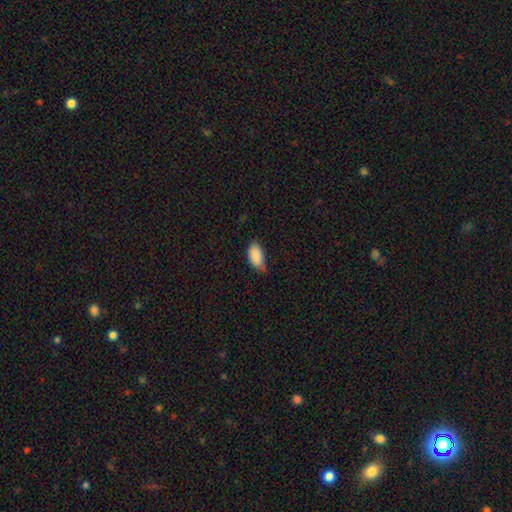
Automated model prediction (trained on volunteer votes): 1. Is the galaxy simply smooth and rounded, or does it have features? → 88% smooth, 7% star or artifact, 5% featured or disk.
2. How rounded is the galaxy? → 94% in between, 4% round, 2% cigar-shaped.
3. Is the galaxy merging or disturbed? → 50% none, 40% minor disturbance, 8% major disturbance, 2% merger.